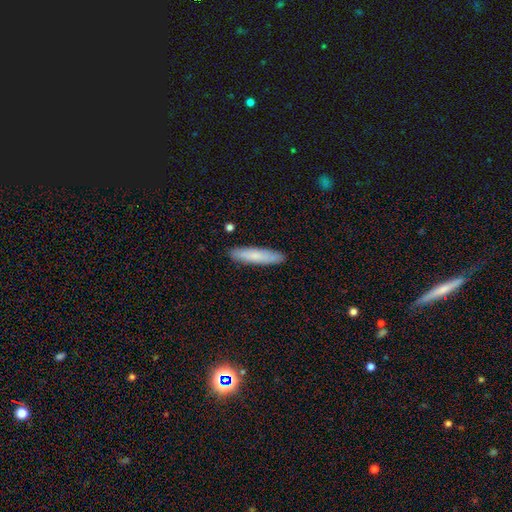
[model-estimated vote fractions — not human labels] smooth_or_featured: smooth (p=0.78) [alt: featured or disk p=0.16]
how_rounded: cigar-shaped (p=0.85) [alt: in between p=0.14]
merging: none (p=0.89) [alt: minor disturbance p=0.08]